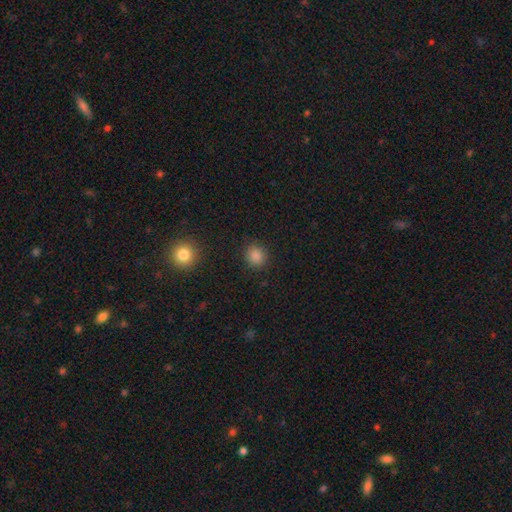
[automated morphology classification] A smooth galaxy with no disk features (85%) that is round (85%).

Vote fractions:
- Smooth or featured? smooth: 85% / star or artifact: 12% / featured or disk: 3%
- How rounded? round: 85% / in between: 14% / cigar-shaped: 1%
- Merging? none: 89% / minor disturbance: 7% / major disturbance: 2% / merger: 1%